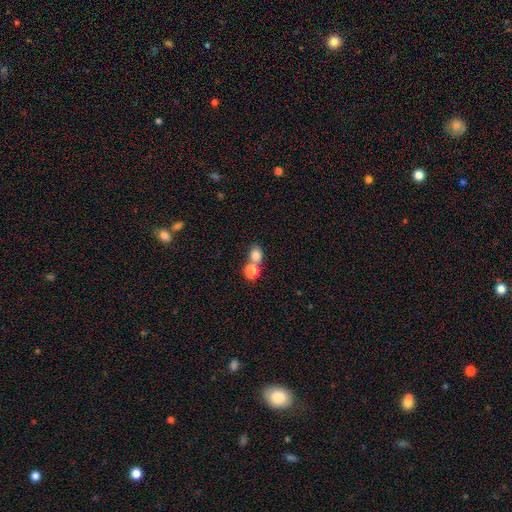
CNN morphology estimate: Q: Smooth or featured?
A: smooth (80%); runner-up: star or artifact (12%)
Q: How rounded?
A: round (61%); runner-up: in between (38%)
Q: Merging?
A: merger (46%); runner-up: none (43%)